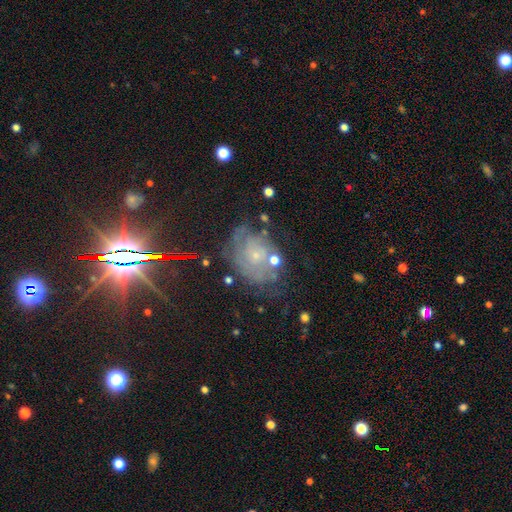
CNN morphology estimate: Smooth or featured? Predicted: featured or disk (p=0.65). Edge-on disk? Predicted: no (p=0.97). Bar? Predicted: no (p=0.78). Spiral arms? Predicted: yes (p=0.80). Spiral winding? Predicted: tight (p=0.62). Spiral arm count? Predicted: can't tell (p=0.53). Bulge size? Predicted: small (p=0.76). Merging? Predicted: none (p=0.58).